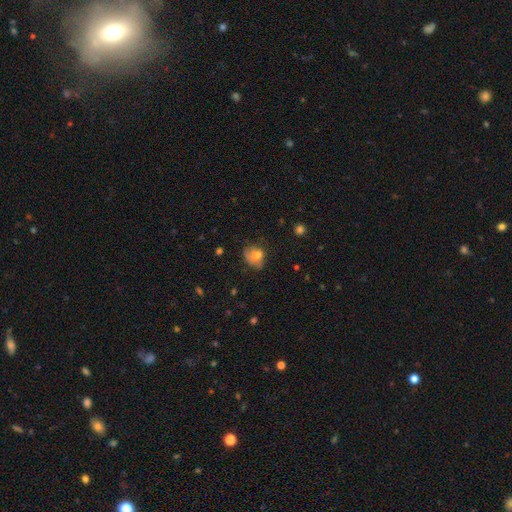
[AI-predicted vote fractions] Morphology: type=smooth (64%); roundness=in between (52%); merging=none (36%).